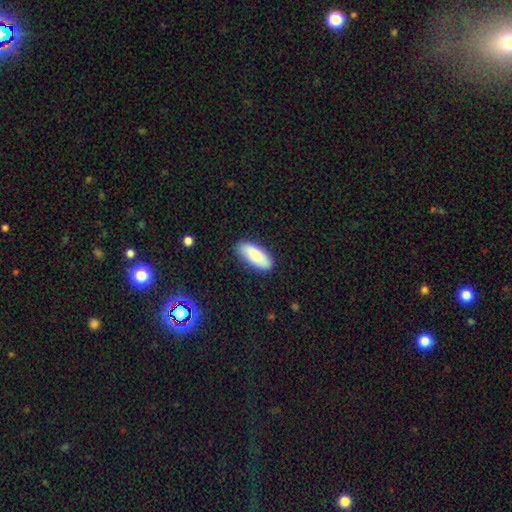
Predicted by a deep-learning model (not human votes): Smooth or featured?
  - smooth: 83% *
  - featured or disk: 11%
  - star or artifact: 6%
How rounded?
  - in between: 83% *
  - cigar-shaped: 15%
  - round: 2%
Merging?
  - none: 88% *
  - minor disturbance: 9%
  - major disturbance: 2%
  - merger: 1%